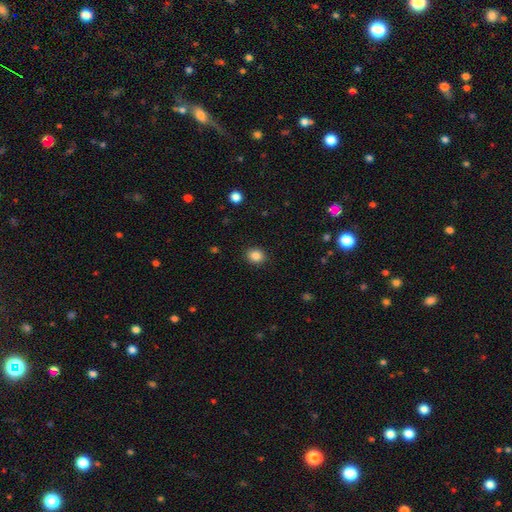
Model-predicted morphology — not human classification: A smooth galaxy with no disk features (86%) that is round (64%). Merging: none (90%).